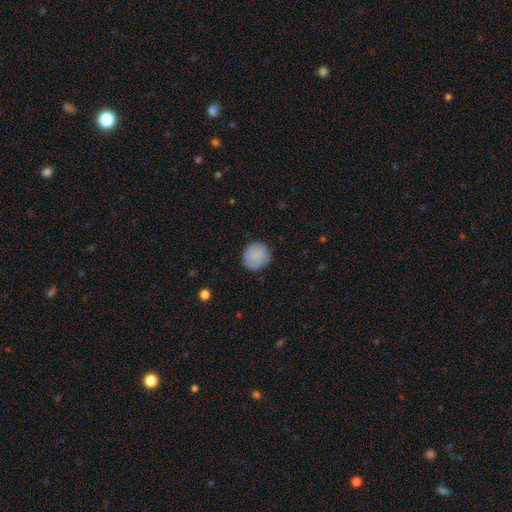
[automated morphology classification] A smooth galaxy with no disk features (87%) that is round (88%). Merging: none (87%).